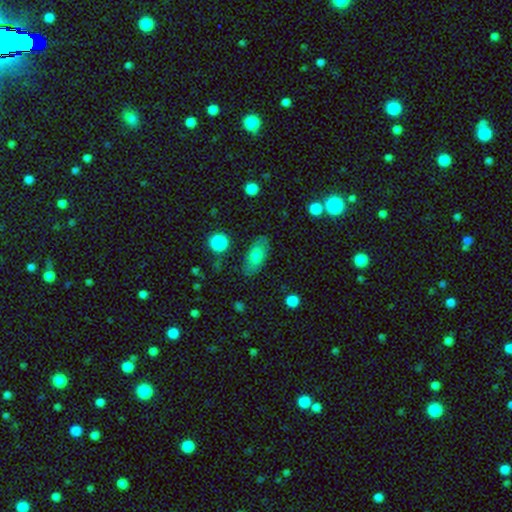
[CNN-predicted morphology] The model was most divided on "smooth or featured": smooth: 75%, featured or disk: 18%, star or artifact: 8%. More confident: how rounded — in between (86%); merging — none (80%).